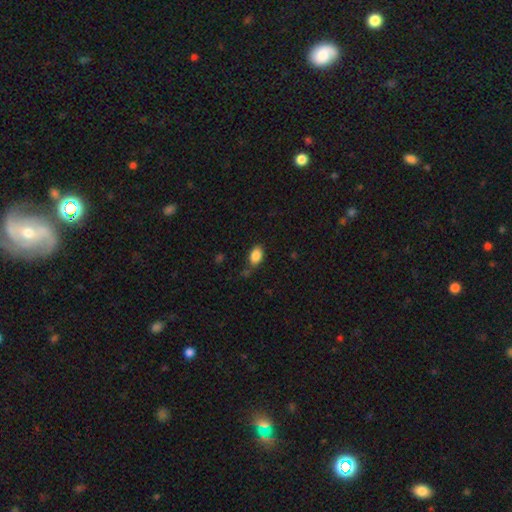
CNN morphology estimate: smooth-or-featured: smooth: 87% | star or artifact: 8% | featured or disk: 5%
  how-rounded: in between: 89% | round: 10% | cigar-shaped: 2%
  merging: none: 73% | minor disturbance: 18% | merger: 5% | major disturbance: 4%